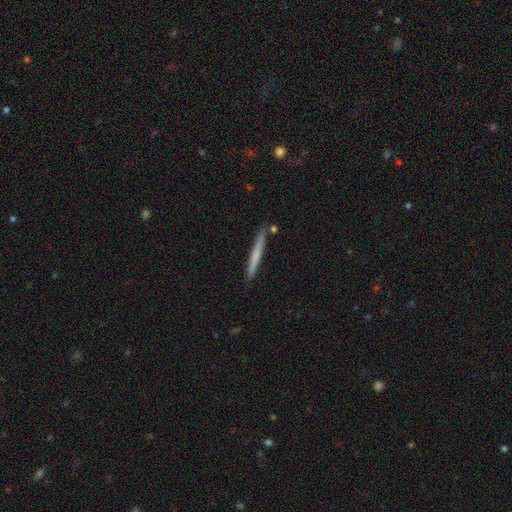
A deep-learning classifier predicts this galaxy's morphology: Smooth or featured? Predicted: smooth (p=0.60). How rounded? Predicted: cigar-shaped (p=0.97). Merging? Predicted: none (p=0.88).